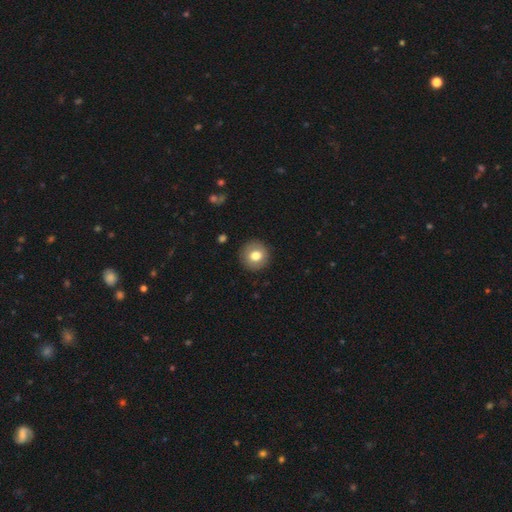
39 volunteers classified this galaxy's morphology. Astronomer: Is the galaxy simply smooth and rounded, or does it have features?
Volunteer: smooth — 85%.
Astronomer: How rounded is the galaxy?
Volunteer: round — 100%.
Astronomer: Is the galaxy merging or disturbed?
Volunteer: none — 92%.